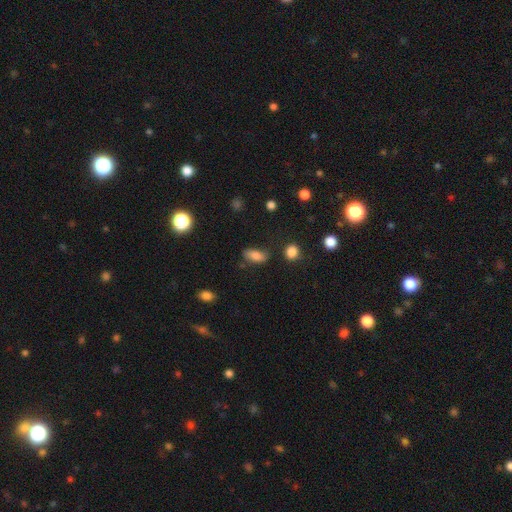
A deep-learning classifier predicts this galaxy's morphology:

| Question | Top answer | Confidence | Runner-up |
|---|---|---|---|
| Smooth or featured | smooth | 80% | featured or disk (10%) |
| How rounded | in between | 86% | cigar-shaped (9%) |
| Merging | none | 70% | minor disturbance (21%) |